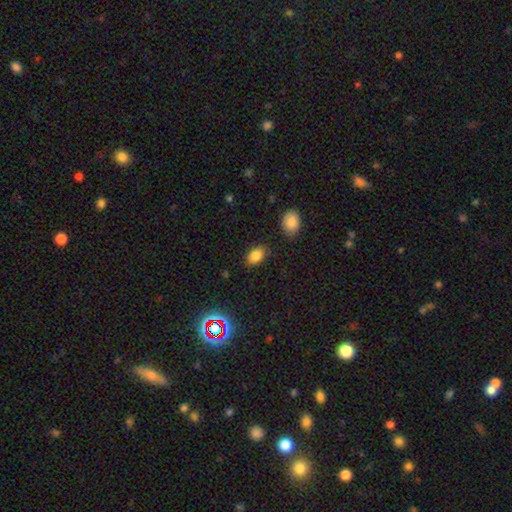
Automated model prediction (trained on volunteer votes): Smooth or featured: smooth — 82% (star or artifact — 11%)
How rounded: in between — 85% (round — 13%)
Merging: none — 81% (minor disturbance — 13%)